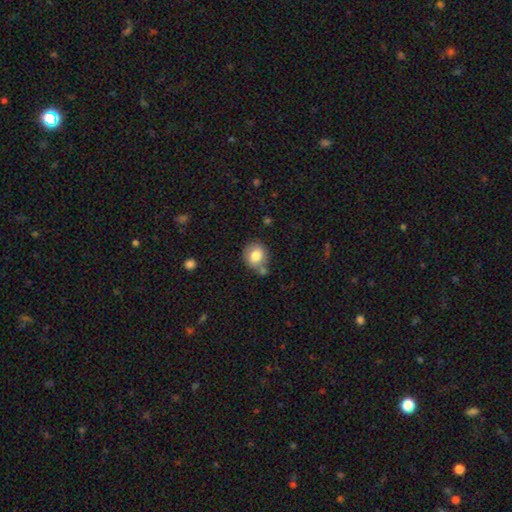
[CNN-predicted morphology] Smooth or featured? smooth (81%)
How rounded? round (71%)
Merging? none (58%)